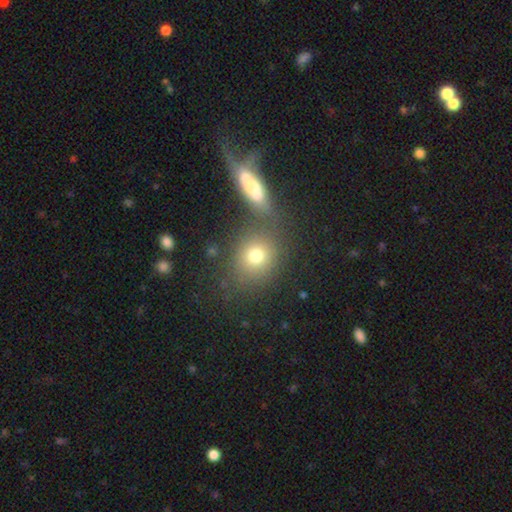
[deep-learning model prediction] smooth-or-featured: smooth: 73% | star or artifact: 15% | featured or disk: 12%
  how-rounded: round: 73% | in between: 25% | cigar-shaped: 2%
  merging: none: 61% | merger: 25% | minor disturbance: 9% | major disturbance: 5%